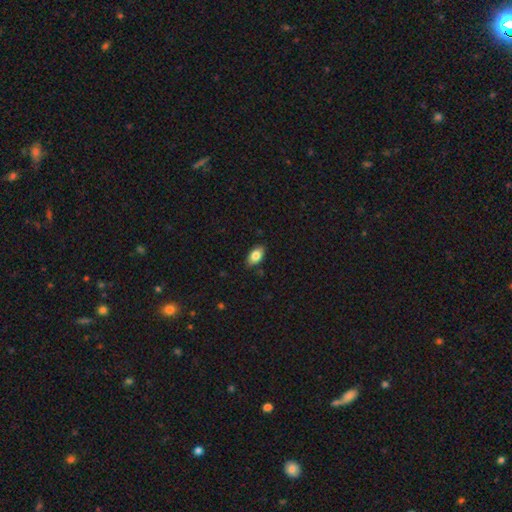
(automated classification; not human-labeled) Smooth or featured: smooth — 82% (featured or disk — 10%)
How rounded: in between — 92% (round — 5%)
Merging: none — 85% (minor disturbance — 12%)